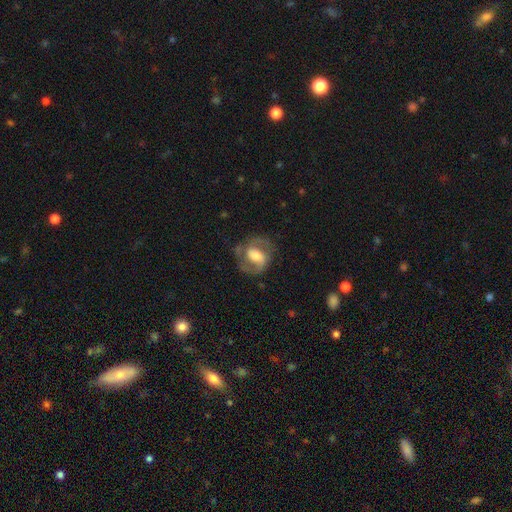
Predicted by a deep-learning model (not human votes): Smooth or featured?
  - featured or disk: 74% *
  - smooth: 20%
  - star or artifact: 6%
Edge-on disk?
  - no: 97% *
  - yes: 3%
Bar?
  - weak: 44% *
  - strong: 28%
  - no: 28%
Spiral arms?
  - yes: 88% *
  - no: 12%
Spiral winding?
  - medium: 55% *
  - tight: 24%
  - loose: 21%
Spiral arm count?
  - 2: 86% *
  - can't tell: 6%
  - 1: 4%
  - 3: 2%
  - 4: 1%
  - more than 4: 1%
Bulge size?
  - moderate: 50% *
  - large: 23%
  - small: 21%
  - none: 3%
  - dominant: 2%
Merging?
  - none: 70% *
  - minor disturbance: 17%
  - major disturbance: 12%
  - merger: 2%